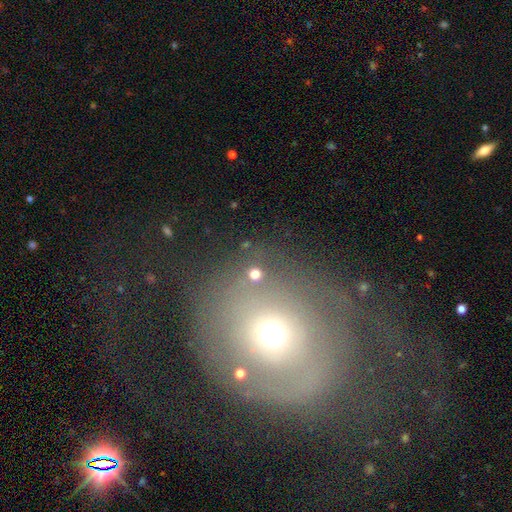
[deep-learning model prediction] This is possibly a smooth galaxy (46%). Merging: possibly none (60%).